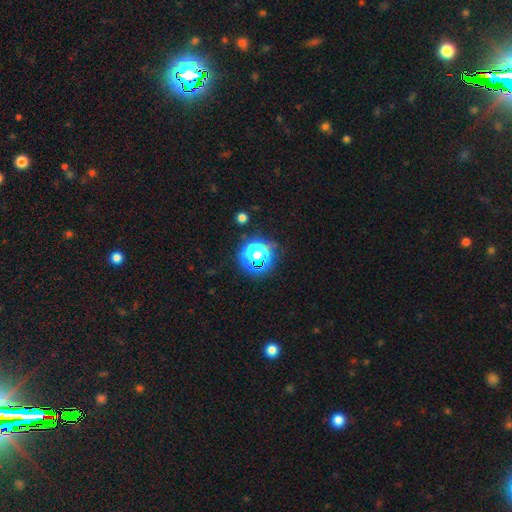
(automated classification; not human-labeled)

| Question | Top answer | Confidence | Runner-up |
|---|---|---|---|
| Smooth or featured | star or artifact | 45% | smooth (44%) |